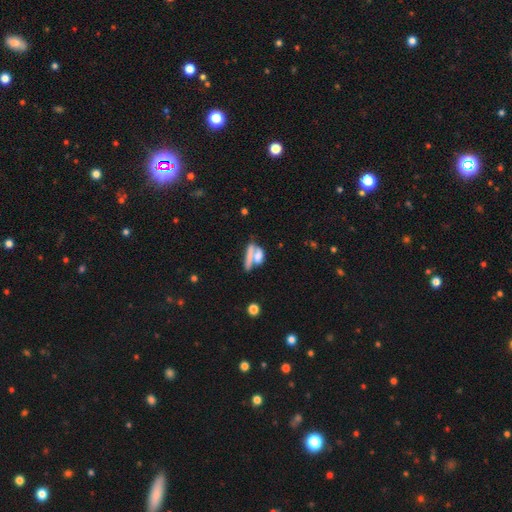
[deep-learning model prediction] Smooth or featured: smooth — 61% (featured or disk — 28%)
How rounded: in between — 51% (cigar-shaped — 34%)
Merging: merger — 54% (none — 29%)